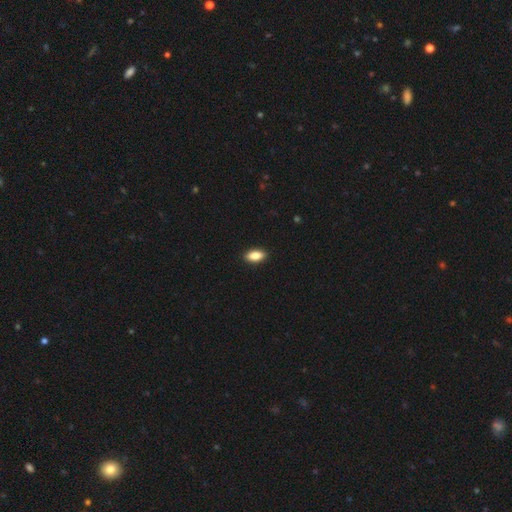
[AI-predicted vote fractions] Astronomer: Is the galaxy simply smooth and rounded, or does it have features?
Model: smooth — 87%.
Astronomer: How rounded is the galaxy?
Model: in between — 90%.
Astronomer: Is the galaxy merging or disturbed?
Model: none — 91%.